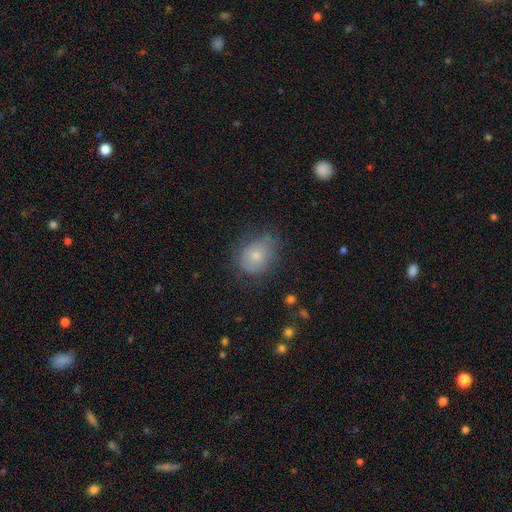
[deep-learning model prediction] smooth_or_featured: smooth (p=0.68) [alt: featured or disk p=0.23]
how_rounded: round (p=0.60) [alt: in between p=0.39]
merging: none (p=0.59) [alt: minor disturbance p=0.28]